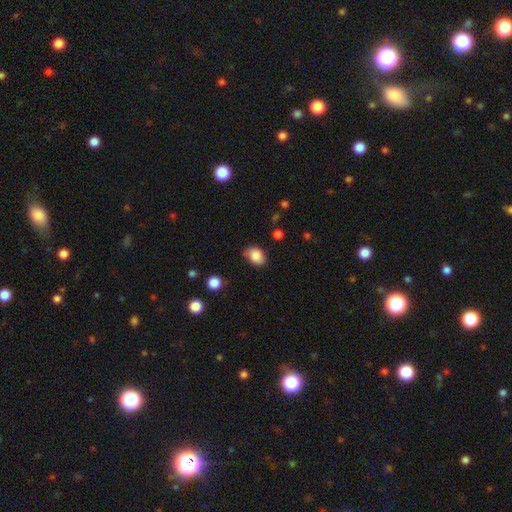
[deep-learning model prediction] A smooth galaxy with no disk features (87%) that is in between round and cigar-shaped (72%). Merging: none (71%).